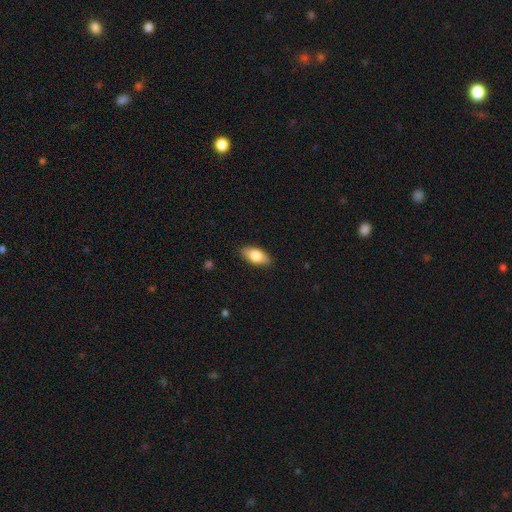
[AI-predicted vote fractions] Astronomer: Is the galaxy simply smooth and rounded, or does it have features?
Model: smooth — 79%.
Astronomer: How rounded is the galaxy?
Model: in between — 88%.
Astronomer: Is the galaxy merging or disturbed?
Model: none — 87%.